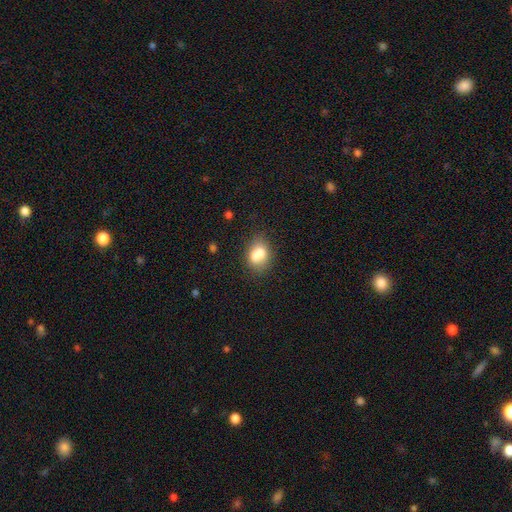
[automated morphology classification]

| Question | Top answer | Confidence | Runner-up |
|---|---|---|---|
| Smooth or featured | smooth | 72% | featured or disk (18%) |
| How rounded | in between | 64% | round (35%) |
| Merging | none | 43% | merger (37%) |